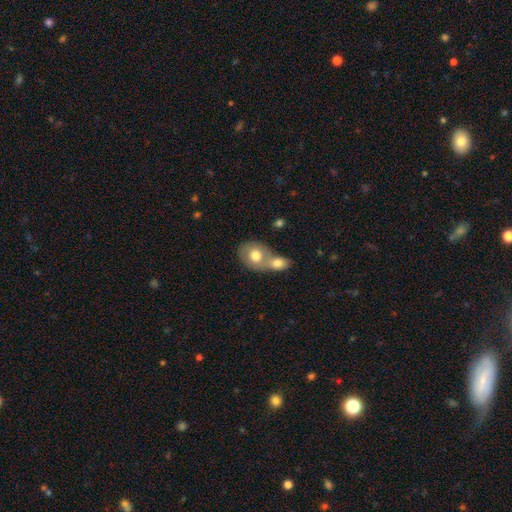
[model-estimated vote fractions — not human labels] This is likely a smooth galaxy (72%). How rounded: possibly round (55%). Merging: likely merger (62%).